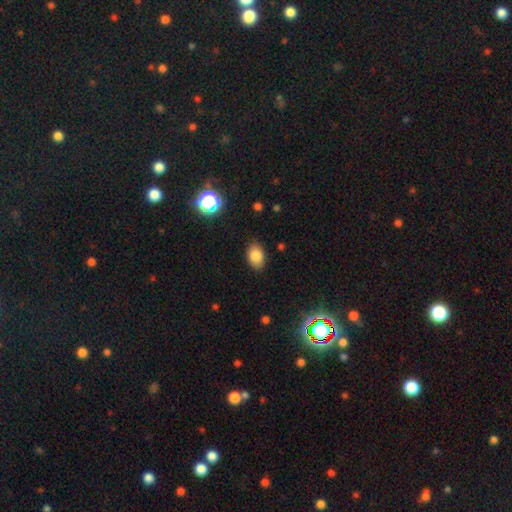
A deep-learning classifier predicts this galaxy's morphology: Smooth or featured?
  - smooth: 82% *
  - star or artifact: 9%
  - featured or disk: 8%
How rounded?
  - in between: 85% *
  - round: 14%
  - cigar-shaped: 1%
Merging?
  - none: 85% *
  - minor disturbance: 11%
  - major disturbance: 2%
  - merger: 1%